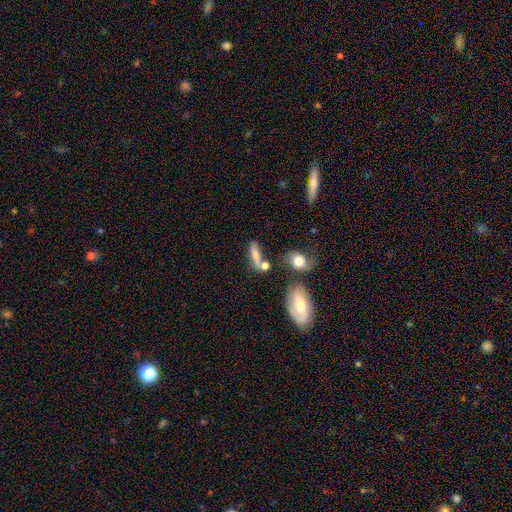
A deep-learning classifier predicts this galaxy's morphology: This is possibly a smooth galaxy (60%). How rounded: possibly cigar-shaped (52%). Merging: possibly none (52%).